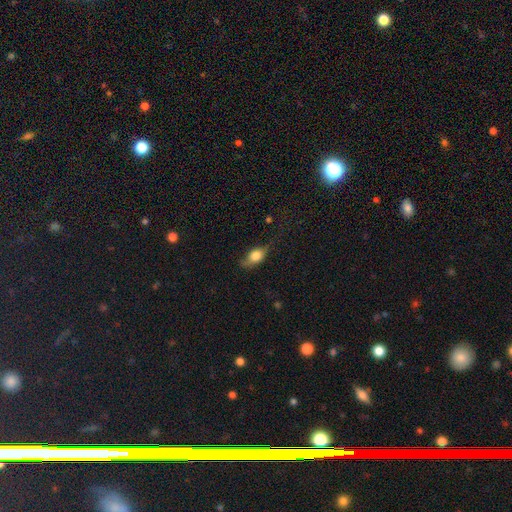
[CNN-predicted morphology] Smooth or featured? Predicted: smooth (p=0.68). How rounded? Predicted: in between (p=0.74). Merging? Predicted: none (p=0.51).